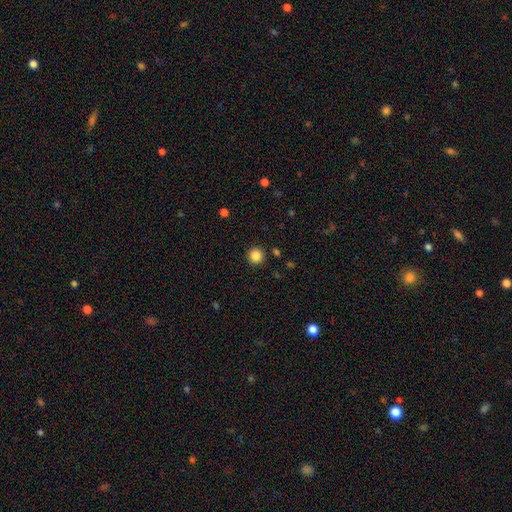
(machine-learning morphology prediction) A smooth galaxy with no disk features (85%) that is round (95%).

Vote fractions:
- Smooth or featured? smooth: 85% / star or artifact: 11% / featured or disk: 4%
- How rounded? round: 95% / in between: 4% / cigar-shaped: 1%
- Merging? none: 91% / minor disturbance: 5% / major disturbance: 2% / merger: 2%